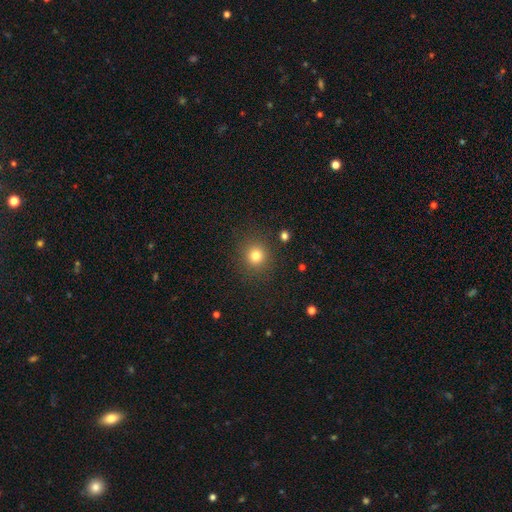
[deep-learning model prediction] This is likely a smooth galaxy (80%). How rounded: clearly round (91%). Merging: clearly none (88%).